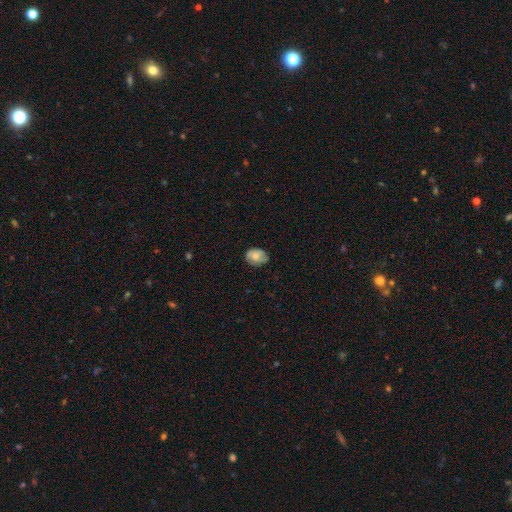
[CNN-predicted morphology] A smooth galaxy with no disk features (61%) that is in between round and cigar-shaped (56%).

Vote fractions:
- Smooth or featured? smooth: 61% / featured or disk: 31% / star or artifact: 8%
- How rounded? in between: 56% / round: 43% / cigar-shaped: 1%
- Merging? none: 70% / minor disturbance: 24% / major disturbance: 5% / merger: 1%